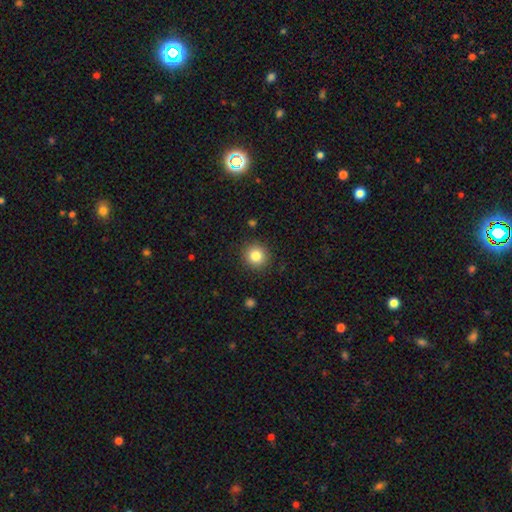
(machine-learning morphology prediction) smooth-or-featured: smooth: 83% | star or artifact: 10% | featured or disk: 6%
  how-rounded: round: 93% | in between: 6% | cigar-shaped: 1%
  merging: none: 90% | minor disturbance: 6% | major disturbance: 2% | merger: 1%